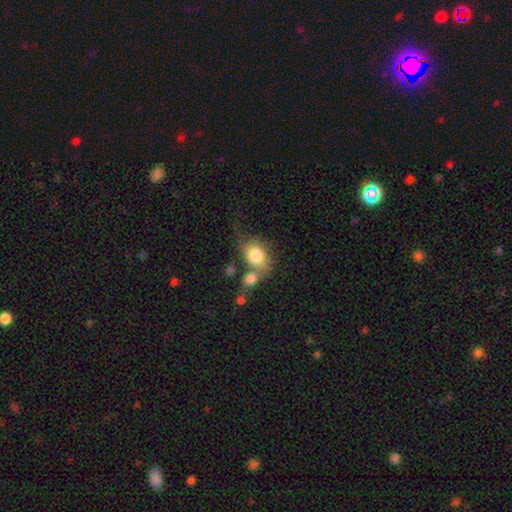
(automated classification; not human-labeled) smooth 78%, featured or disk 14%, star or artifact 8%. Down the decision tree: how rounded — in between (63%); merging — none (34%).